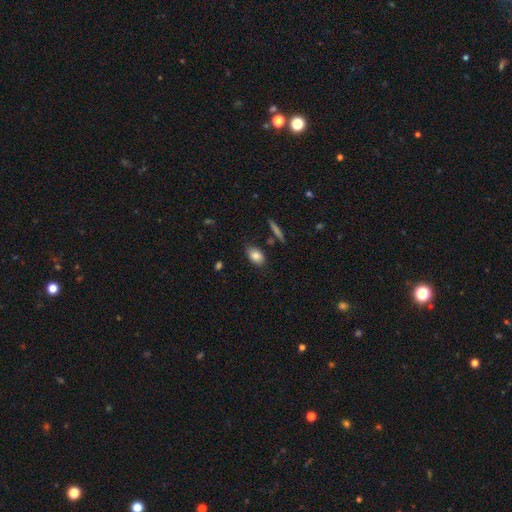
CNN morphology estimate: Smooth or featured? smooth (84%)
How rounded? in between (86%)
Merging? none (80%)